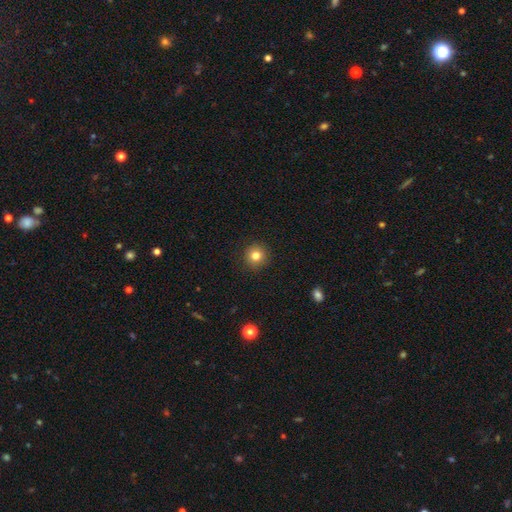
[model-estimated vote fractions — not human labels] Overall: smooth (81%). How rounded: round (95%). Merging: none (92%).